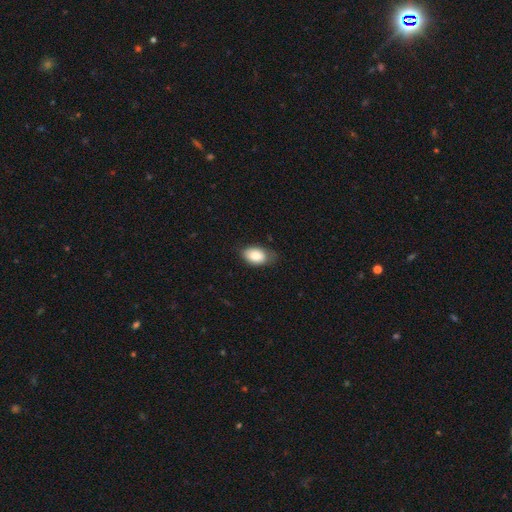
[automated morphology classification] The model was most divided on "merging": none: 67%, minor disturbance: 27%, major disturbance: 5%, merger: 1%. More confident: how rounded — in between (89%); smooth or featured — smooth (84%).